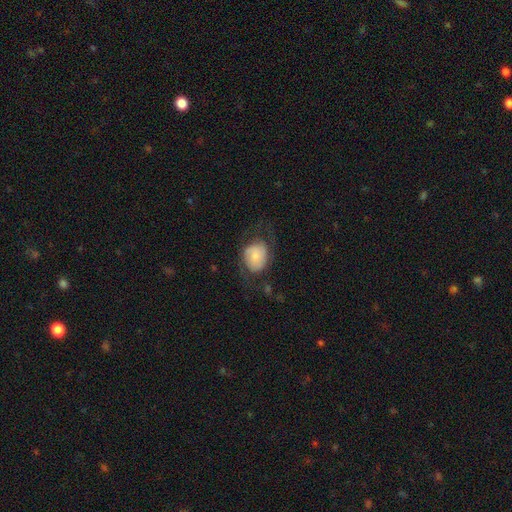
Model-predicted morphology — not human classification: Smooth or featured? smooth (57%)
How rounded? round (50%)
Merging? none (49%)